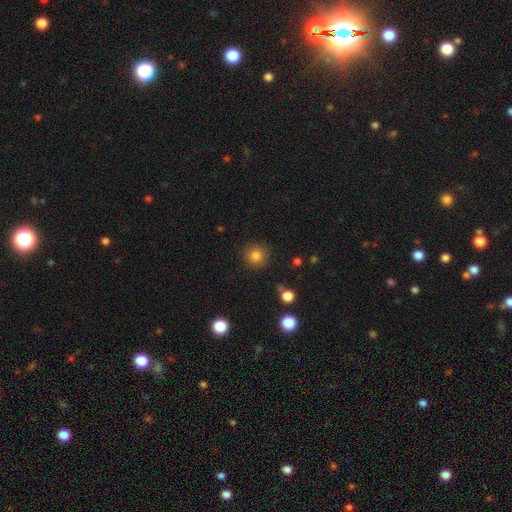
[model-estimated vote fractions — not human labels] Q: Smooth or featured?
A: smooth (83%); runner-up: star or artifact (11%)
Q: How rounded?
A: round (93%); runner-up: in between (6%)
Q: Merging?
A: none (87%); runner-up: minor disturbance (9%)